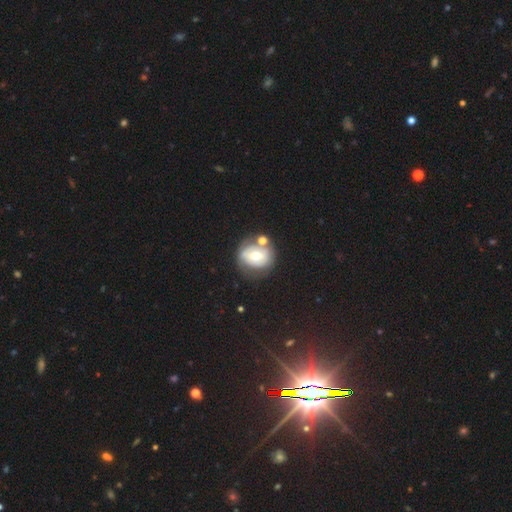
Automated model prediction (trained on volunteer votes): Smooth or featured?
  - featured or disk: 50% *
  - smooth: 42%
  - star or artifact: 8%
Merging?
  - none: 55% *
  - minor disturbance: 18%
  - merger: 17%
  - major disturbance: 9%